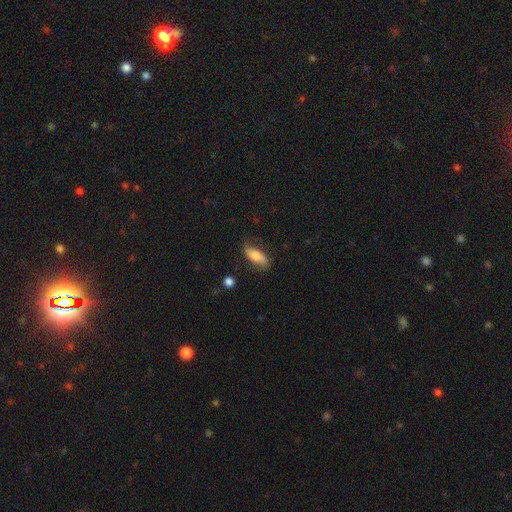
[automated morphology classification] Smooth or featured? Predicted: smooth (p=0.59). How rounded? Predicted: in between (p=0.67). Merging? Predicted: none (p=0.74).